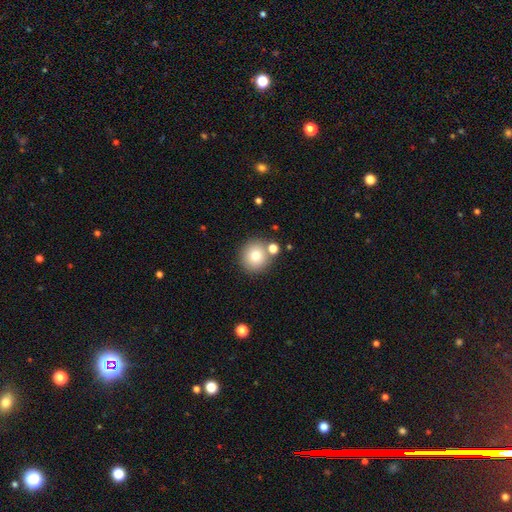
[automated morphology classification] smooth-or-featured: smooth: 77% | star or artifact: 11% | featured or disk: 11%
  how-rounded: round: 92% | in between: 7% | cigar-shaped: 1%
  merging: none: 75% | merger: 14% | minor disturbance: 8% | major disturbance: 3%